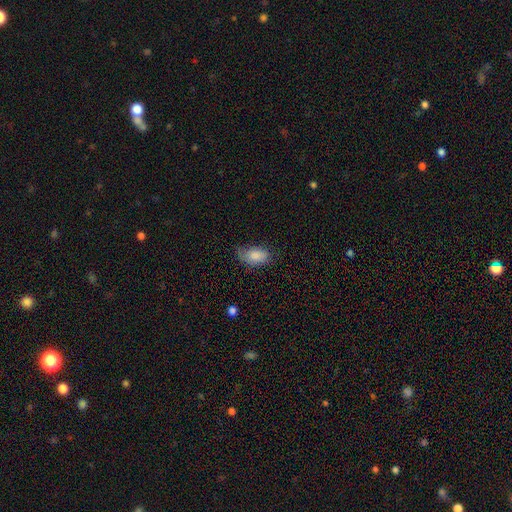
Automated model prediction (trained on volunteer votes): This is clearly a smooth galaxy (82%). How rounded: clearly in between (92%). Merging: possibly none (51%).